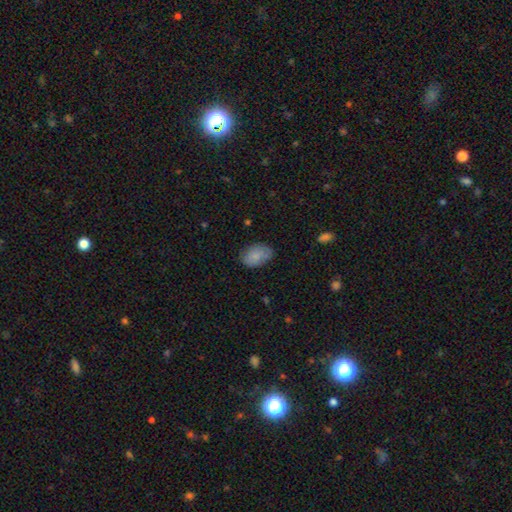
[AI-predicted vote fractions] smooth 84%, featured or disk 9%, star or artifact 7%. Down the decision tree: how rounded — in between (88%); merging — none (75%).